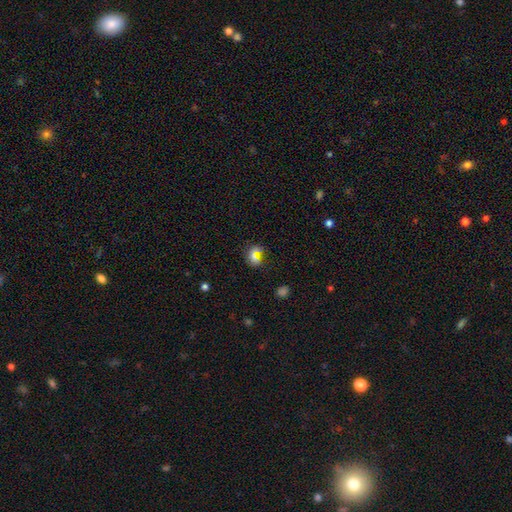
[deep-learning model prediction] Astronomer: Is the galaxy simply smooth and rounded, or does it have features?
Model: smooth — 54%.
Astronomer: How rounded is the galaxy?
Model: round — 56% (runner-up: in between, 40%).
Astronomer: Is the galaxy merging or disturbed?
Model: none — 62%.